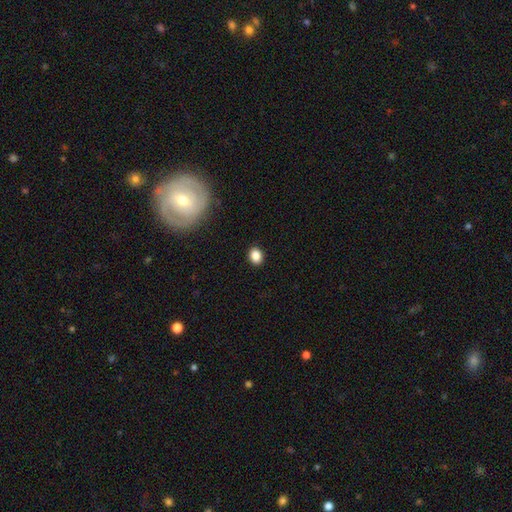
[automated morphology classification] Overall: smooth (86%). How rounded: in between (51%; round 48%). Merging: none (91%).